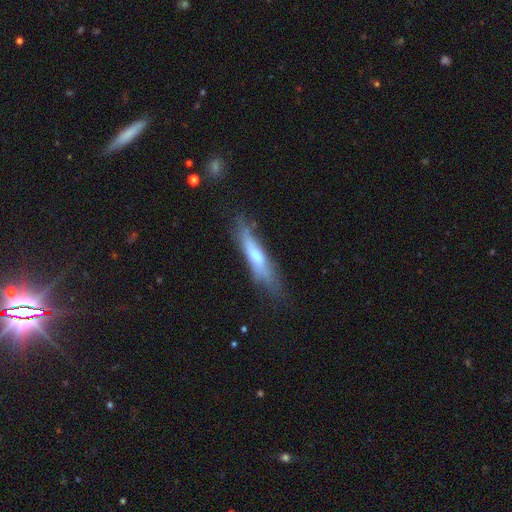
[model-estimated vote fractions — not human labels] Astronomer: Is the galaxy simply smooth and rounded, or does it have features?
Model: smooth — 61%.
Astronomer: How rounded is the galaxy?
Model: cigar-shaped — 74%.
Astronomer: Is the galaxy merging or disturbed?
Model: none — 55%.